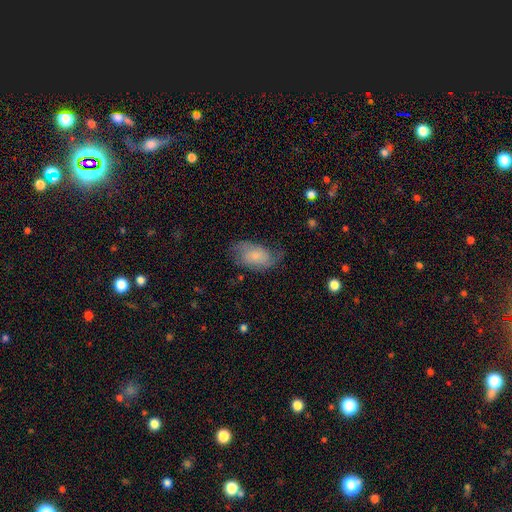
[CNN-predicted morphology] A smooth galaxy with no disk features (58%) that is in between round and cigar-shaped (91%).

Vote fractions:
- Smooth or featured? smooth: 58% / featured or disk: 34% / star or artifact: 8%
- How rounded? in between: 91% / round: 7% / cigar-shaped: 2%
- Merging? none: 53% / minor disturbance: 30% / major disturbance: 16% / merger: 2%